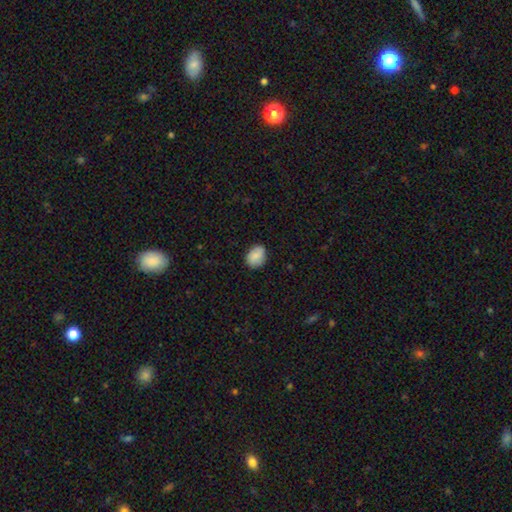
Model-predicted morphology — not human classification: The model was most divided on "how rounded": in between: 68%, round: 31%, cigar-shaped: 1%. More confident: smooth or featured — smooth (86%); merging — none (81%).